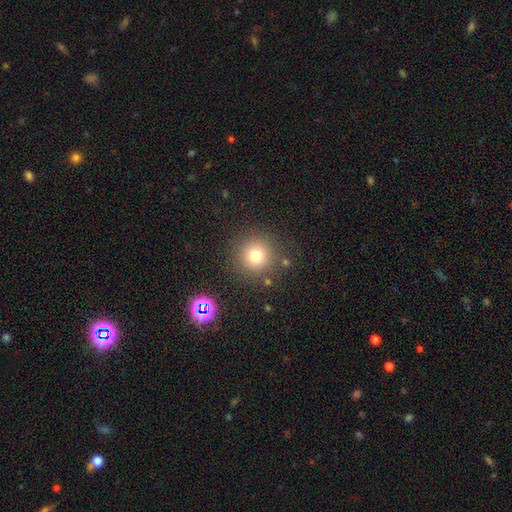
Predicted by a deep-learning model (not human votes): A smooth galaxy with no disk features (76%) that is round (95%). Merging: none (85%).